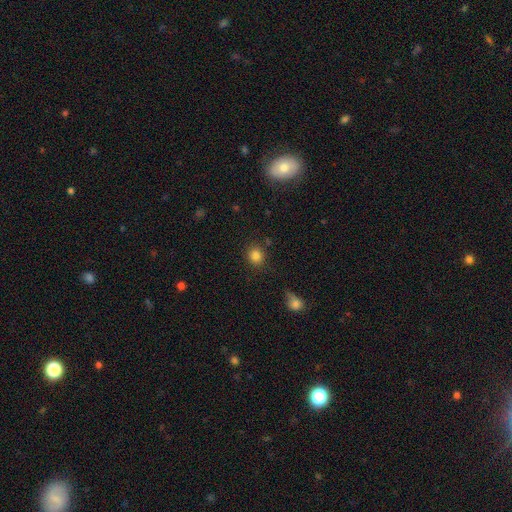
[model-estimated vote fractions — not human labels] A smooth galaxy with no disk features (84%) that is round (80%). Merging: none (82%).